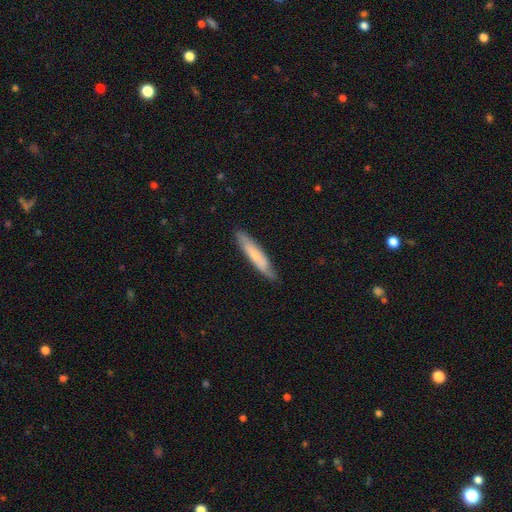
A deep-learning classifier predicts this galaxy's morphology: Smooth or featured? Predicted: smooth (p=0.59). How rounded? Predicted: cigar-shaped (p=0.86). Merging? Predicted: none (p=0.82).